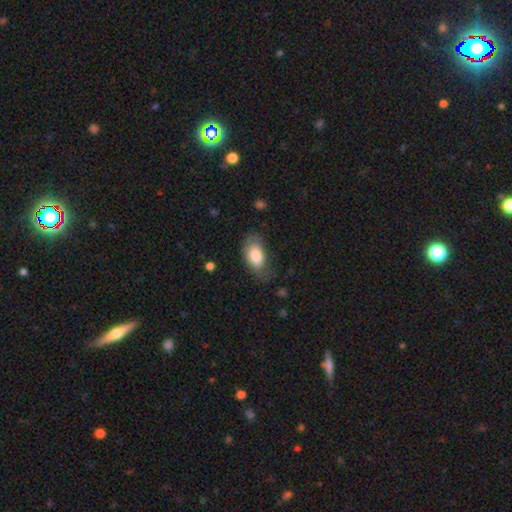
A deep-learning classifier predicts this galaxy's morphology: smooth-or-featured: smooth: 79% | featured or disk: 14% | star or artifact: 6%
  how-rounded: in between: 92% | round: 6% | cigar-shaped: 2%
  merging: none: 56% | minor disturbance: 29% | major disturbance: 14% | merger: 2%